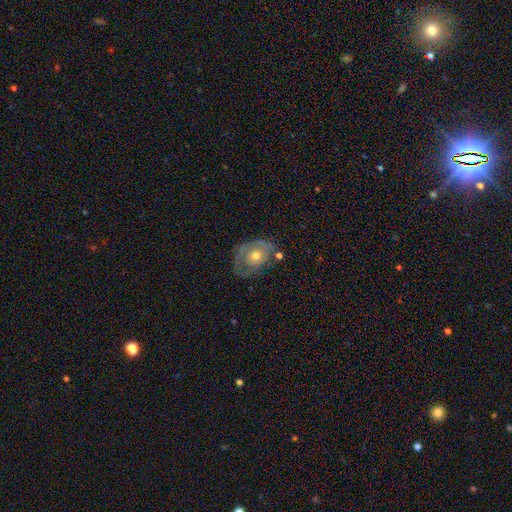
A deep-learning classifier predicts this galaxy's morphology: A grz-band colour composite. It shows a featured or disk galaxy (63%) with no bar (86%), spiral arms (53%) and a moderate central bulge (68%). Merging: none (57%).